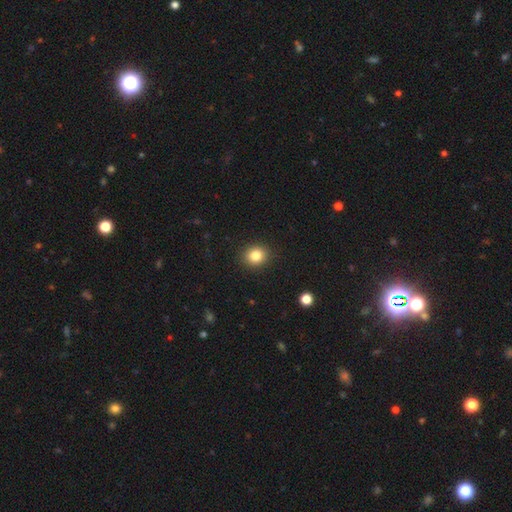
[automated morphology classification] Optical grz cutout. It shows a smooth galaxy with no disk features (83%) that is round (75%). Merging: none (90%).